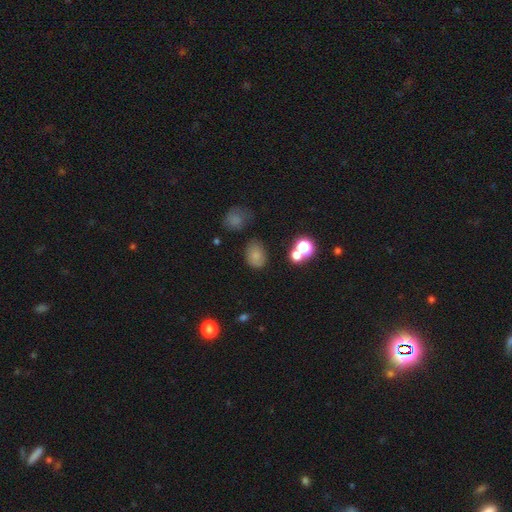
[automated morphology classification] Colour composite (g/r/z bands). It shows a smooth galaxy with no disk features (74%) that is in between round and cigar-shaped (68%). Merging: none (70%).